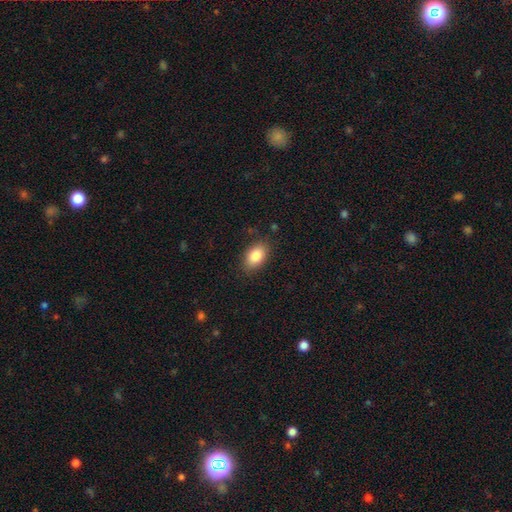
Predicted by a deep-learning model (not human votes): The model was most divided on "merging": none: 83%, minor disturbance: 12%, major disturbance: 3%, merger: 1%. More confident: how rounded — in between (87%); smooth or featured — smooth (84%).